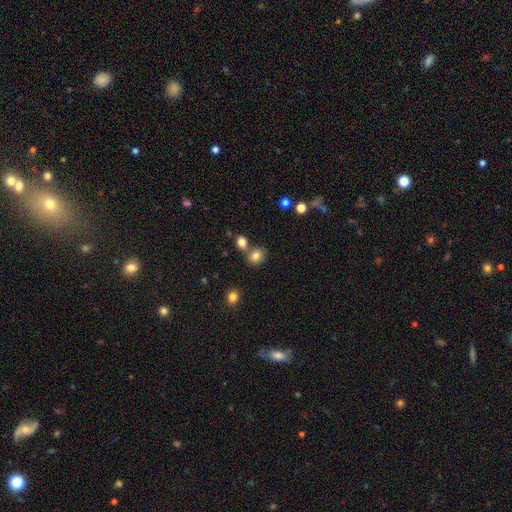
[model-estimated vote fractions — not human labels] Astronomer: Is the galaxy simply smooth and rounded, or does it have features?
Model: smooth — 81%.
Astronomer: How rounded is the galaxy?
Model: round — 72%.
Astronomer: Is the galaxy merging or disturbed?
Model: none — 64%.